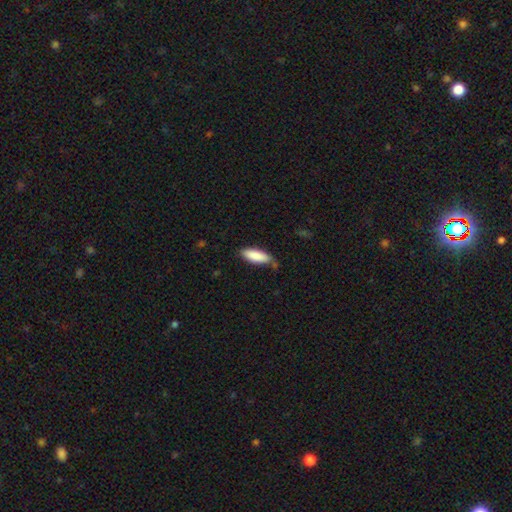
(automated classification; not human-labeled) smooth 87%, featured or disk 7%, star or artifact 6%. Down the decision tree: how rounded — in between (65%); merging — none (71%).